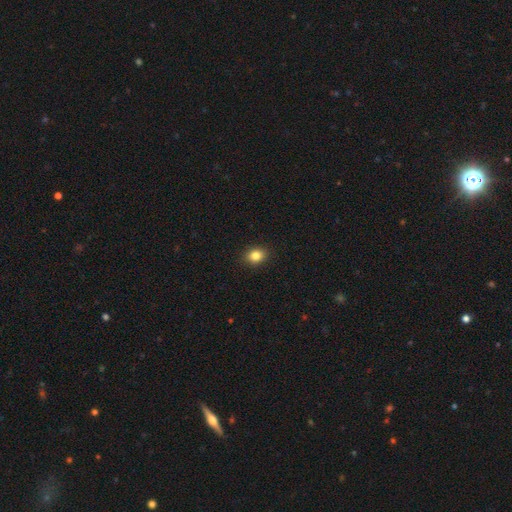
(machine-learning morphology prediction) Smooth or featured?
  - smooth: 84% *
  - star or artifact: 10%
  - featured or disk: 6%
How rounded?
  - in between: 56% *
  - round: 43%
  - cigar-shaped: 1%
Merging?
  - none: 91% *
  - minor disturbance: 7%
  - major disturbance: 2%
  - merger: 1%